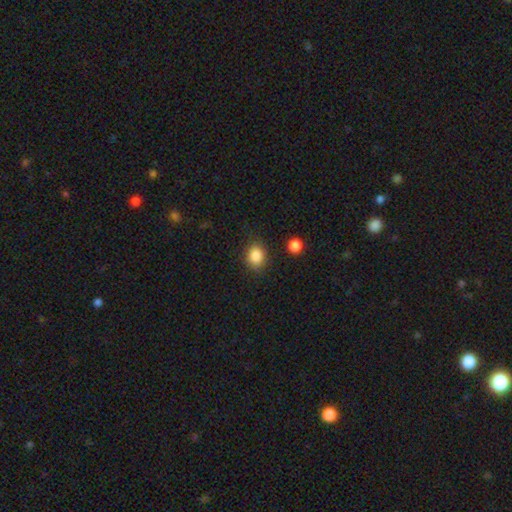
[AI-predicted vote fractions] This appears to be a smooth galaxy with no disk features (86%) that is round (59%). Merging: none (82%).